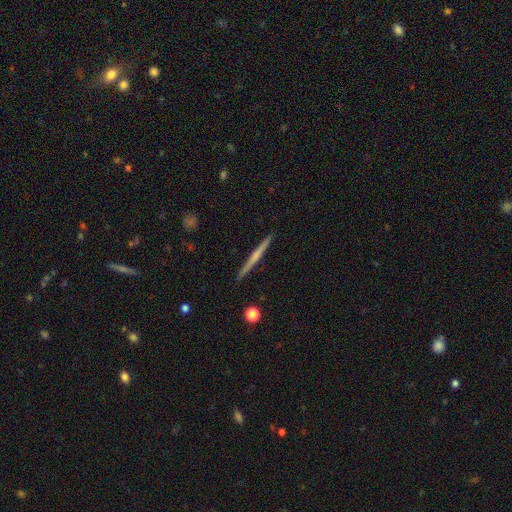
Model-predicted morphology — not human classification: smooth_or_featured: featured or disk (p=0.58) [alt: smooth p=0.36]
disk_edge_on: yes (p=0.98) [alt: no p=0.02]
edge_on_bulge: none (p=0.60) [alt: rounded p=0.32]
merging: none (p=0.92) [alt: minor disturbance p=0.05]